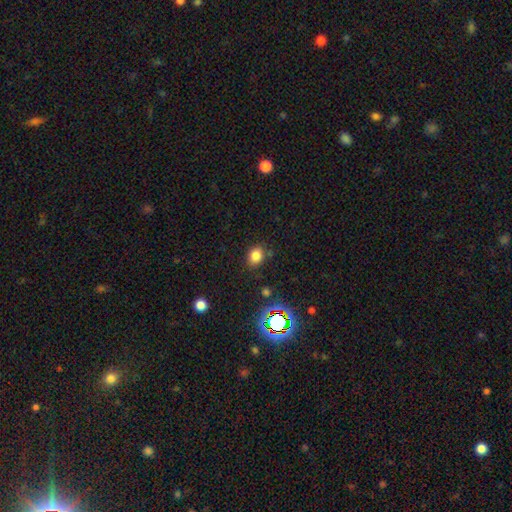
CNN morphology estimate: smooth-or-featured: smooth: 79% | star or artifact: 15% | featured or disk: 6%
  how-rounded: in between: 53% | round: 46% | cigar-shaped: 1%
  merging: none: 82% | minor disturbance: 12% | major disturbance: 3% | merger: 3%